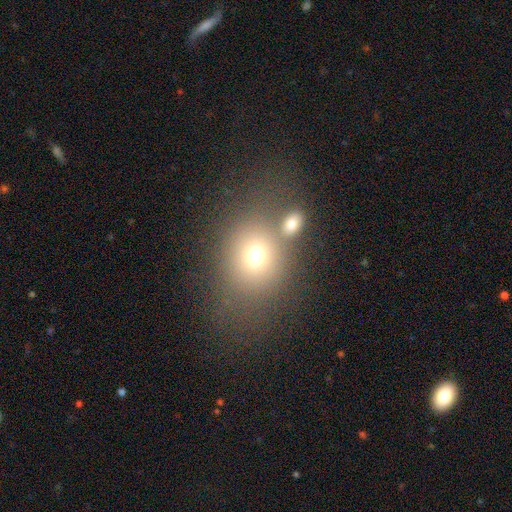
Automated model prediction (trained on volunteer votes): This appears to be a smooth galaxy with no disk features (68%) that is round (59%). Merging: none (51%).